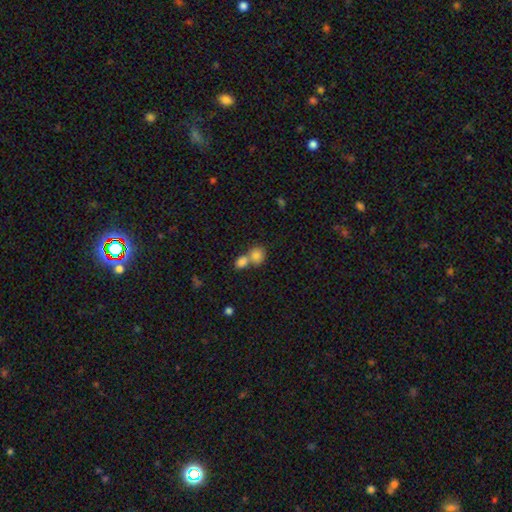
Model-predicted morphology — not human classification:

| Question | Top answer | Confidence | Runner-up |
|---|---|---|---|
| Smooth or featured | smooth | 81% | star or artifact (10%) |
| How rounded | round | 70% | in between (28%) |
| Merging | merger | 57% | none (34%) |